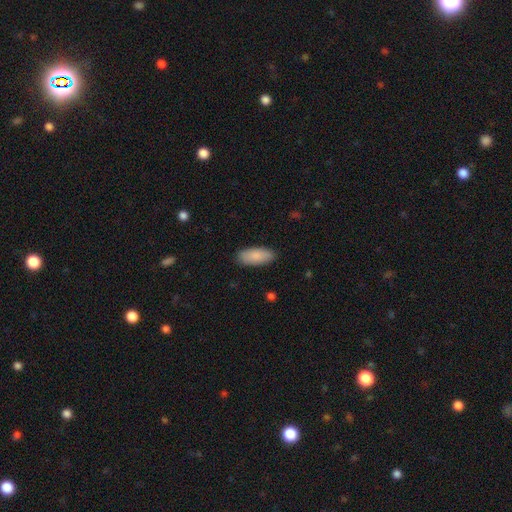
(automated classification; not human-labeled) Morphology: type=smooth (88%); roundness=in between (83%); merging=none (88%).